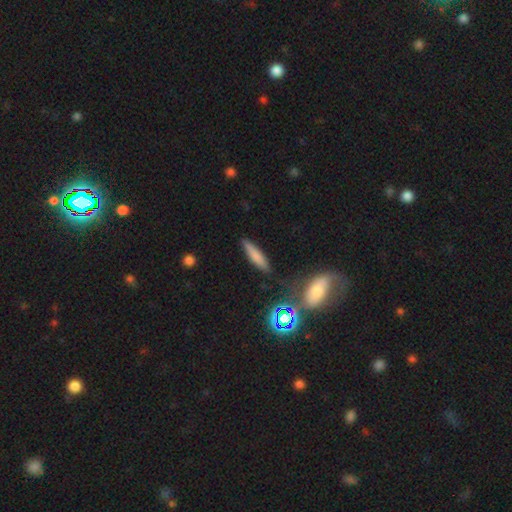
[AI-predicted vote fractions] smooth-or-featured: smooth: 75% | featured or disk: 15% | star or artifact: 10%
  how-rounded: cigar-shaped: 82% | in between: 16% | round: 2%
  merging: none: 85% | minor disturbance: 10% | merger: 3% | major disturbance: 3%